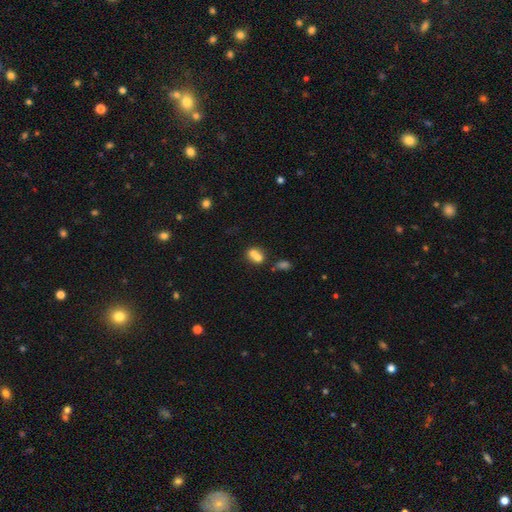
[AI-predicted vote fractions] The model was most divided on "how rounded": round: 64%, in between: 35%, cigar-shaped: 1%. More confident: smooth or featured — smooth (66%); merging — merger (65%).